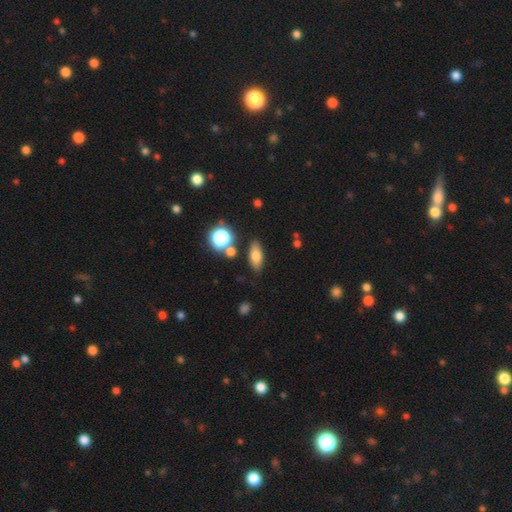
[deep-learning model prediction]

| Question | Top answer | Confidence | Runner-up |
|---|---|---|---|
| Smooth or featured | smooth | 73% | featured or disk (14%) |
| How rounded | in between | 73% | cigar-shaped (17%) |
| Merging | none | 81% | minor disturbance (10%) |